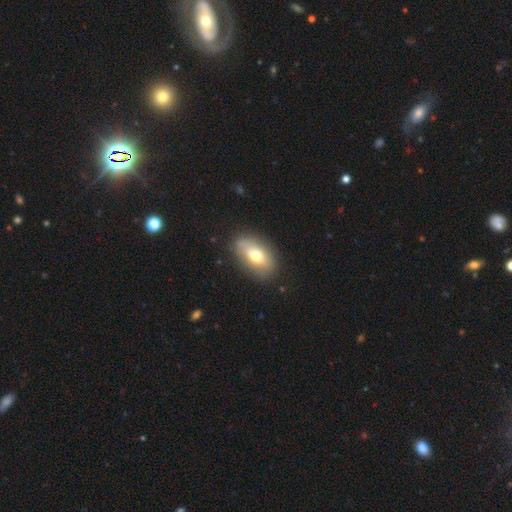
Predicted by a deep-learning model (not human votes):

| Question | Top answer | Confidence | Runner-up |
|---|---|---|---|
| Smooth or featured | smooth | 64% | featured or disk (28%) |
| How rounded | in between | 87% | round (8%) |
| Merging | none | 76% | minor disturbance (17%) |